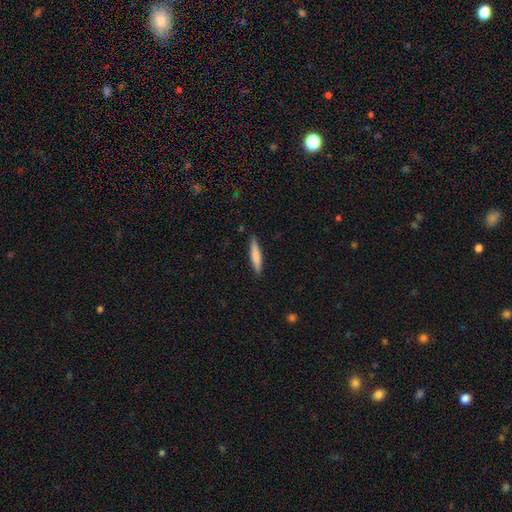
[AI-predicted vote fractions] smooth-or-featured: smooth: 74% | featured or disk: 20% | star or artifact: 6%
  how-rounded: cigar-shaped: 88% | in between: 10% | round: 1%
  merging: none: 88% | minor disturbance: 9% | major disturbance: 2% | merger: 1%